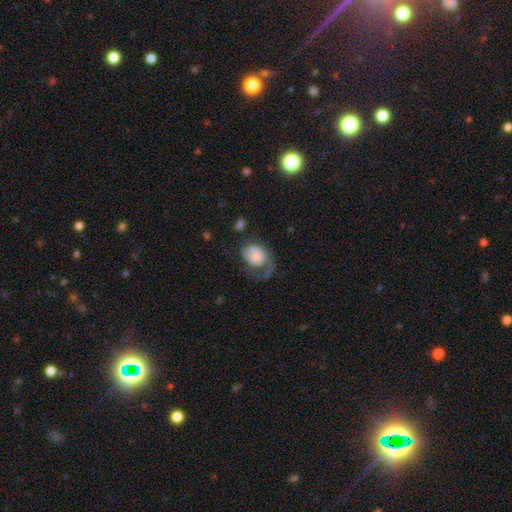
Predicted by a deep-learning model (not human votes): smooth 58%, featured or disk 34%, star or artifact 8%. Down the decision tree: how rounded — in between (60%); merging — major disturbance (49%).